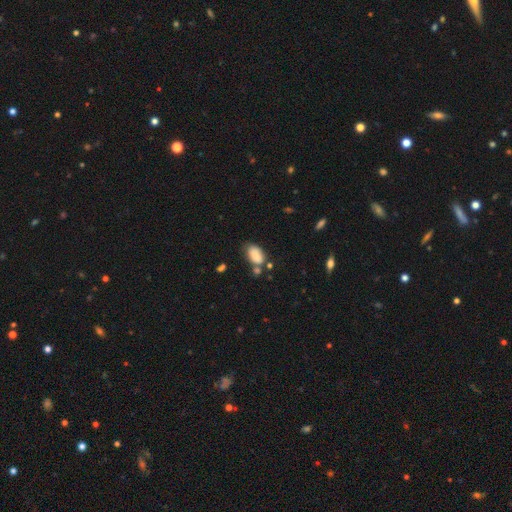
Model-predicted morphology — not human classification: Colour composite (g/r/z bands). It shows a smooth galaxy with no disk features (82%) that is in between round and cigar-shaped (92%). Merging: none (52%).